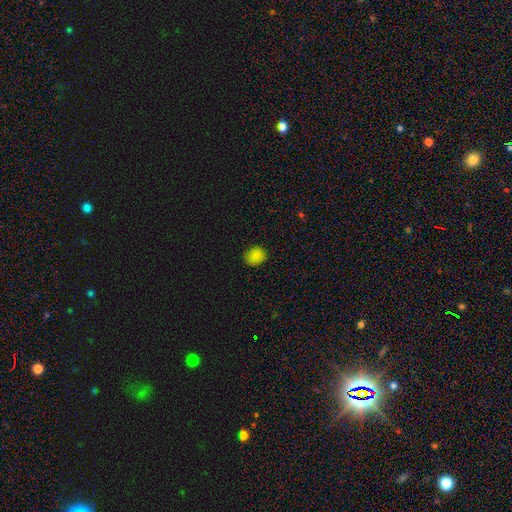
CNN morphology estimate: Q: Smooth or featured?
A: smooth (82%); runner-up: star or artifact (14%)
Q: How rounded?
A: round (68%); runner-up: in between (31%)
Q: Merging?
A: none (85%); runner-up: minor disturbance (11%)